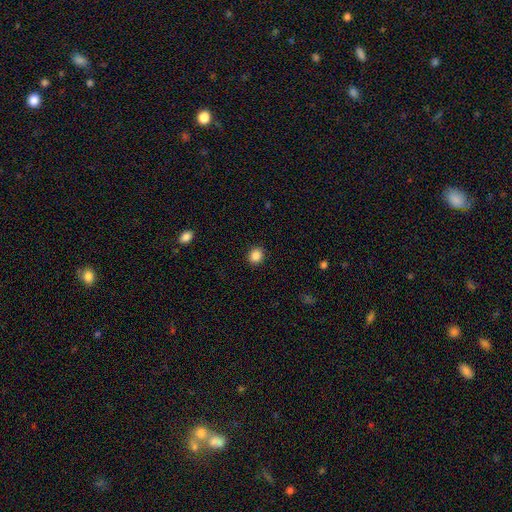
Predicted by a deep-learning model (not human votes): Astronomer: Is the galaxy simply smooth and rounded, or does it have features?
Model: smooth — 87%.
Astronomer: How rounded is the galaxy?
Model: round — 82%.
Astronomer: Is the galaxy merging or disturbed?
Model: none — 91%.